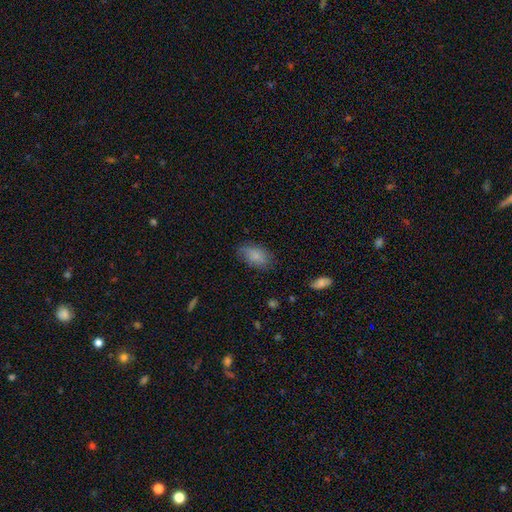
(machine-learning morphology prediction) Smooth or featured: smooth — 81% (featured or disk — 10%)
How rounded: in between — 92% (round — 6%)
Merging: none — 73% (minor disturbance — 21%)